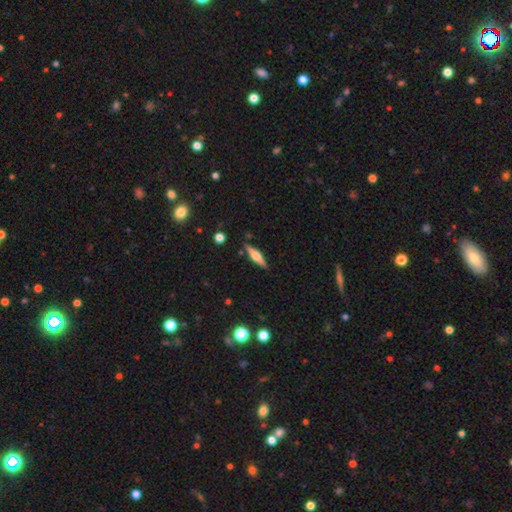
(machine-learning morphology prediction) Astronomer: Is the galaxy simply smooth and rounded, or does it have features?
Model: featured or disk — 58% (runner-up: smooth, 36%).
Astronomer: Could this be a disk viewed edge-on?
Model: yes — 96%.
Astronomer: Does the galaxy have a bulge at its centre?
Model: rounded — 83%.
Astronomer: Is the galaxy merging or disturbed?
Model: none — 88%.